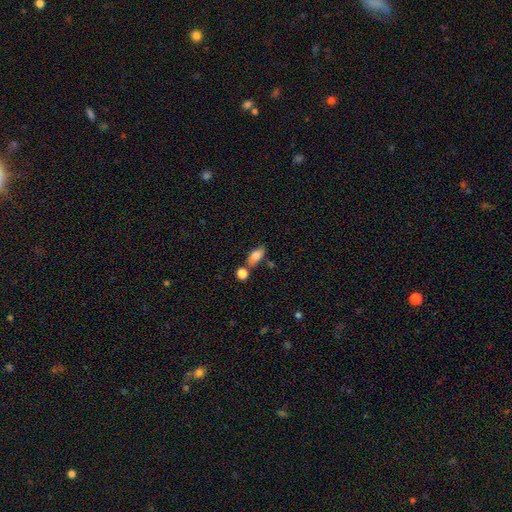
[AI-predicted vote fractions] Smooth or featured? smooth (79%)
How rounded? in between (85%)
Merging? none (62%)